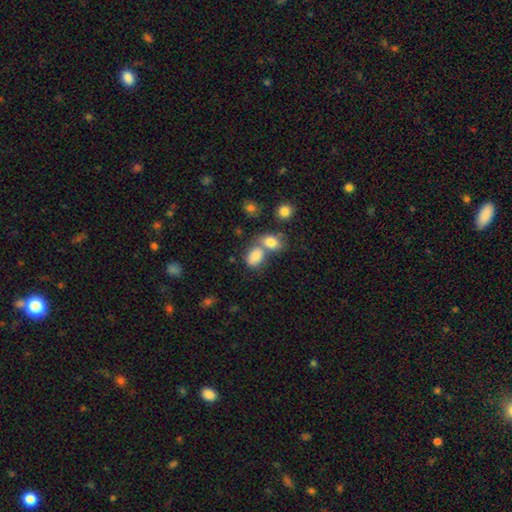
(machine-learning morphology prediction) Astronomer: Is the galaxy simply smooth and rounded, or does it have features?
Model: smooth — 79%.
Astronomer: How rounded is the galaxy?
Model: in between — 74%.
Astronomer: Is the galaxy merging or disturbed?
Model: merger — 44% (runner-up: none, 40%).